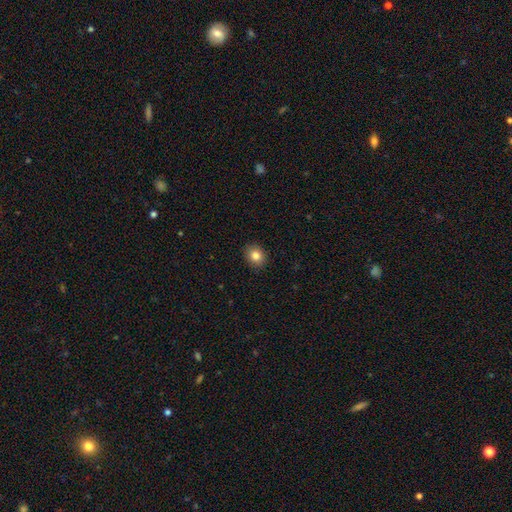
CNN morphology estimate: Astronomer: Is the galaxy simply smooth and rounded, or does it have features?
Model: smooth — 83%.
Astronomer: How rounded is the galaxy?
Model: round — 64%.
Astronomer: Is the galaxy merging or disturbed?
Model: none — 91%.